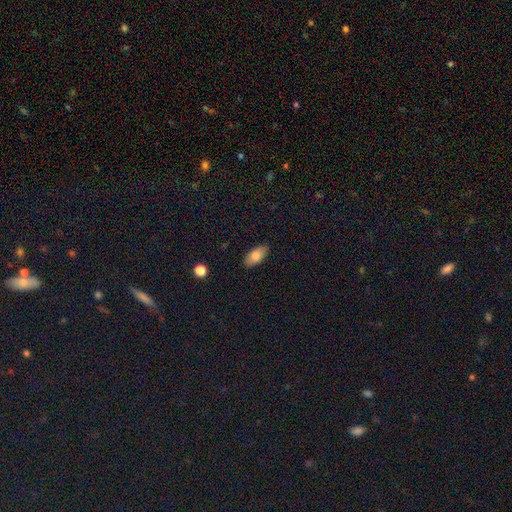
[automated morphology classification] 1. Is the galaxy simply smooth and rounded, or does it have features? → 82% smooth, 12% featured or disk, 7% star or artifact.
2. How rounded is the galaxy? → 90% in between, 8% cigar-shaped, 3% round.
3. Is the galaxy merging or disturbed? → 87% none, 10% minor disturbance, 2% major disturbance, 1% merger.